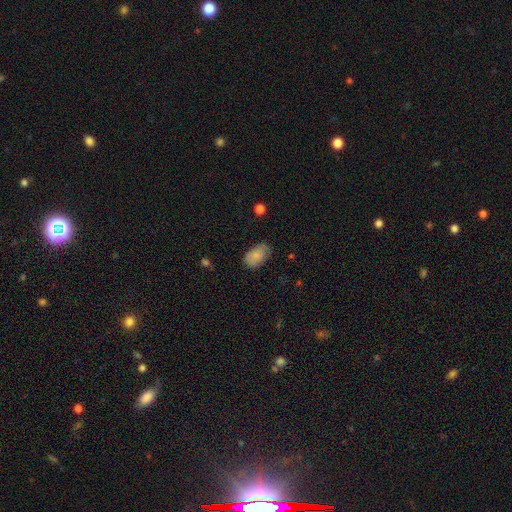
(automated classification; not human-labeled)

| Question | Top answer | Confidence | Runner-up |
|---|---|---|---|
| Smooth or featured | smooth | 82% | featured or disk (11%) |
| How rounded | in between | 91% | round (8%) |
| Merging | none | 70% | minor disturbance (24%) |